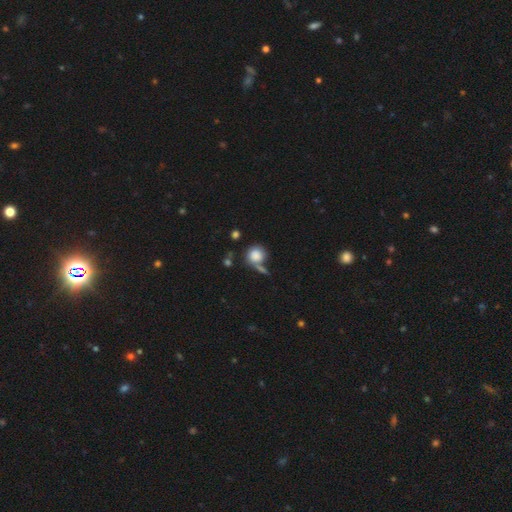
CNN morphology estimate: The model was most divided on "merging": none: 56%, merger: 21%, minor disturbance: 14%, major disturbance: 8%. More confident: how rounded — round (87%); smooth or featured — smooth (83%).